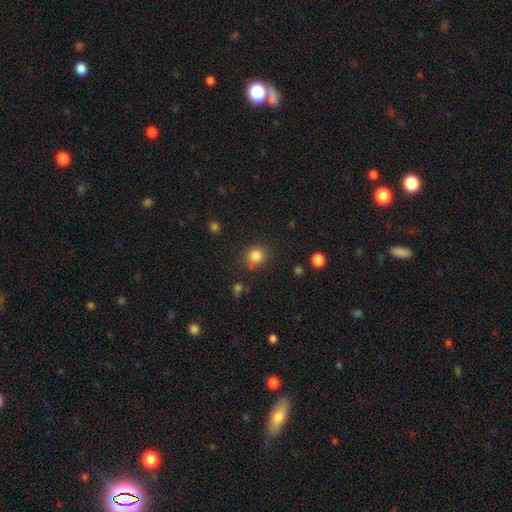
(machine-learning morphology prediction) Smooth or featured: smooth — 84% (star or artifact — 11%)
How rounded: round — 85% (in between — 14%)
Merging: none — 78% (minor disturbance — 14%)